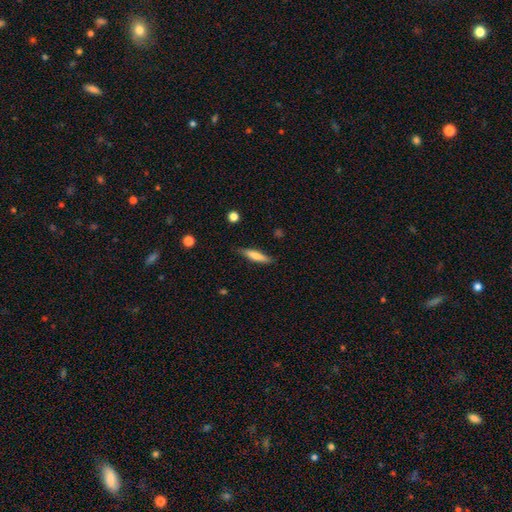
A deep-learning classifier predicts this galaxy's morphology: type=smooth (70%); roundness=cigar-shaped (82%); merging=none (82%).